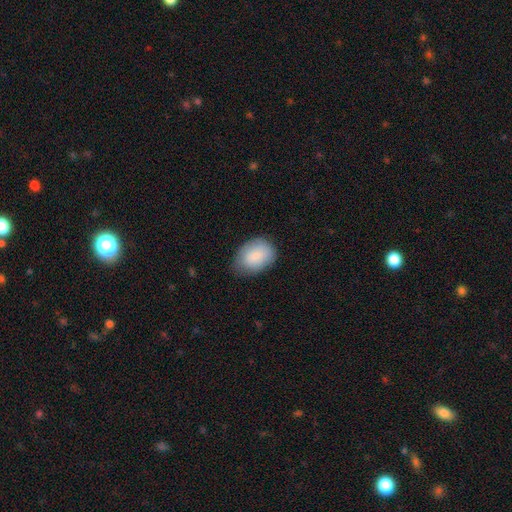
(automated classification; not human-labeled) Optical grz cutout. It shows a smooth galaxy with no disk features (86%) that is in between round and cigar-shaped (78%). Merging: none (70%).